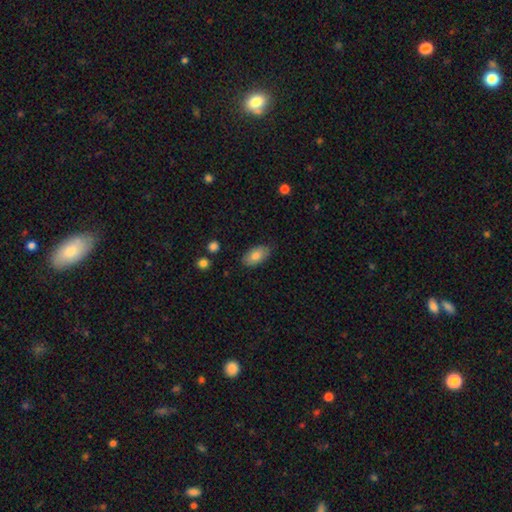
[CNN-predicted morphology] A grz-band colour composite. It shows a smooth galaxy with no disk features (82%) that is in between round and cigar-shaped (94%). Merging: none (82%).